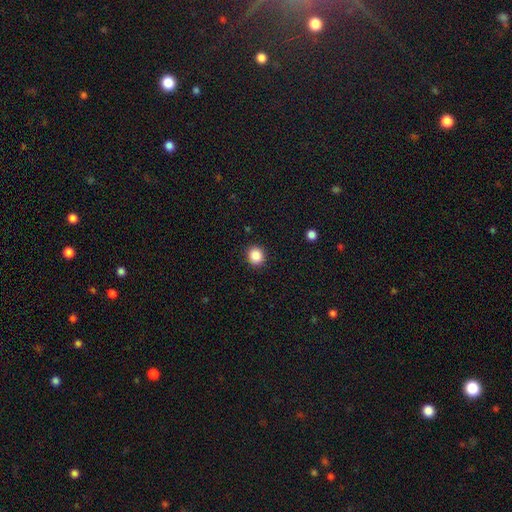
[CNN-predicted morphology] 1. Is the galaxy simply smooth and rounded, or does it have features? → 88% smooth, 10% star or artifact, 2% featured or disk.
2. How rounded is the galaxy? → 84% round, 15% in between, 1% cigar-shaped.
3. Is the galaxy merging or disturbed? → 90% none, 7% minor disturbance, 2% major disturbance, 1% merger.